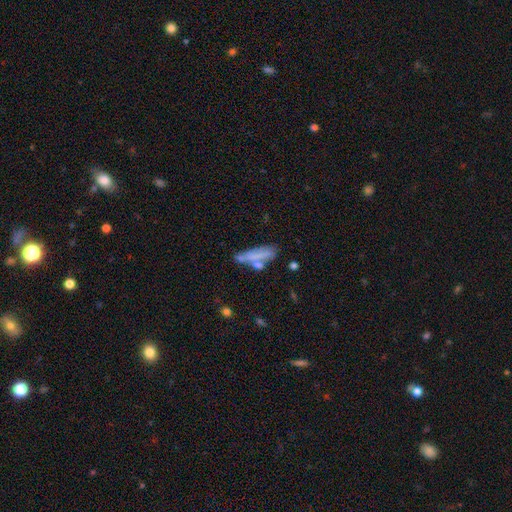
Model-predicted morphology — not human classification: Smooth or featured? smooth (61%)
How rounded? cigar-shaped (61%)
Merging? none (49%)